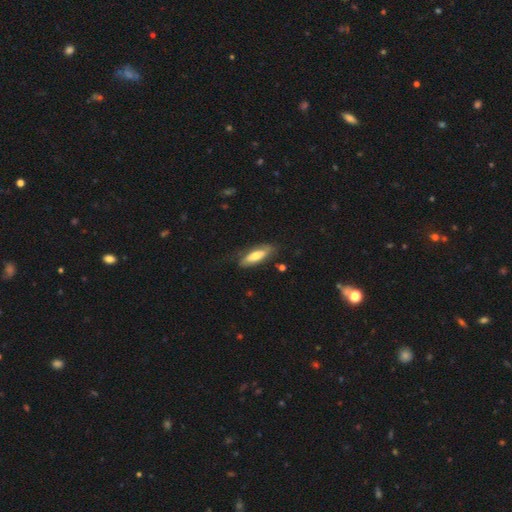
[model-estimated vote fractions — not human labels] Overall: smooth (57%; featured or disk 37%). How rounded: in between (59%; cigar-shaped 39%). Merging: none (71%).